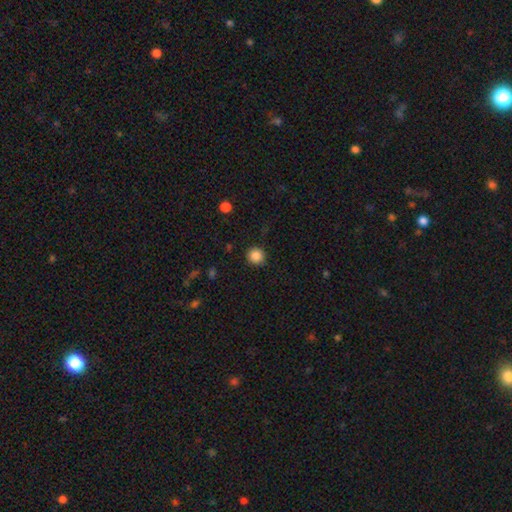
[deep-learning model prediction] This is clearly a smooth galaxy (86%). How rounded: clearly round (93%). Merging: clearly none (89%).